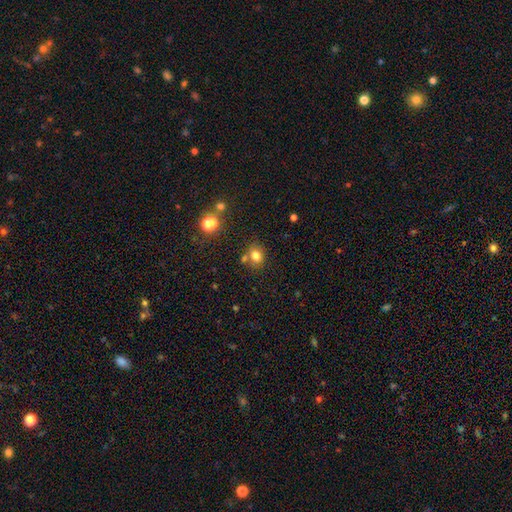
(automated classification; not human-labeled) The model was most divided on "how rounded": round: 69%, in between: 31%, cigar-shaped: 1%. More confident: smooth or featured — smooth (77%); merging — none (68%).